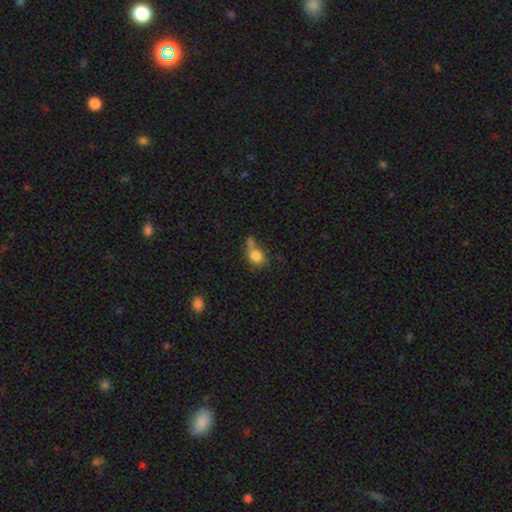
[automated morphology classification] The model was most divided on "merging": none: 33%, merger: 32%, minor disturbance: 20%, major disturbance: 14%. More confident: smooth or featured — smooth (78%); how rounded — round (54%).